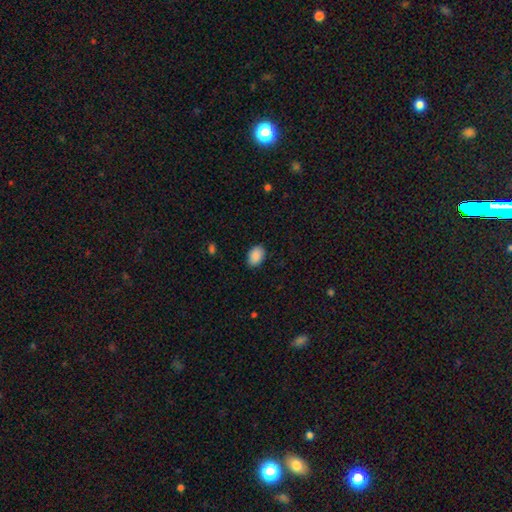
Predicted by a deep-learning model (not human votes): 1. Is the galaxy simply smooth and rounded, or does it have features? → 90% smooth, 7% star or artifact, 3% featured or disk.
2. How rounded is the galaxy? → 86% in between, 13% round, 1% cigar-shaped.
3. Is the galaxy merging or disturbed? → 86% none, 11% minor disturbance, 2% major disturbance, 1% merger.